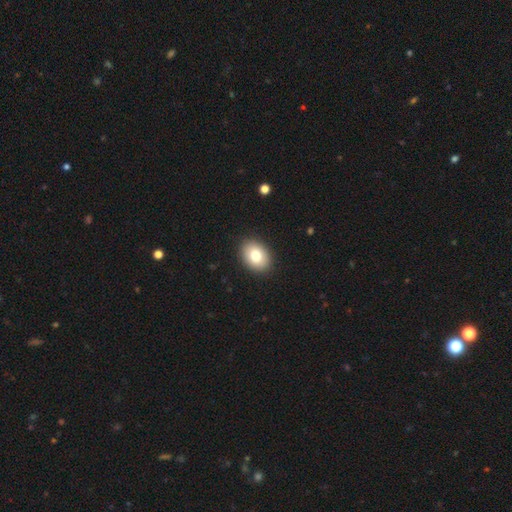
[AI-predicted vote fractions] This appears to be a smooth galaxy with no disk features (80%) that is in between round and cigar-shaped (74%). Merging: none (90%).